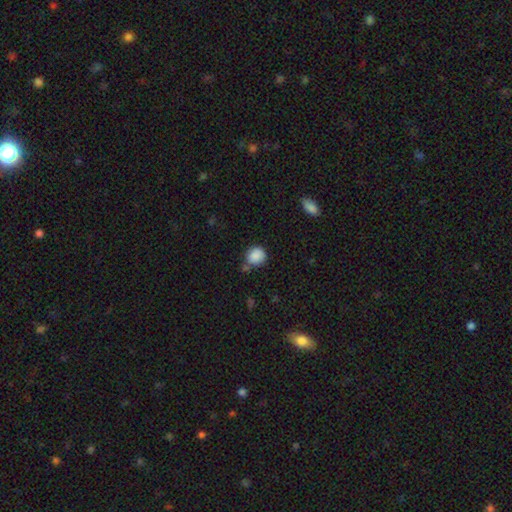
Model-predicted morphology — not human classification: Smooth or featured?
  - smooth: 87% *
  - star or artifact: 9%
  - featured or disk: 4%
How rounded?
  - round: 81% *
  - in between: 18%
  - cigar-shaped: 1%
Merging?
  - none: 65% *
  - minor disturbance: 18%
  - merger: 13%
  - major disturbance: 5%